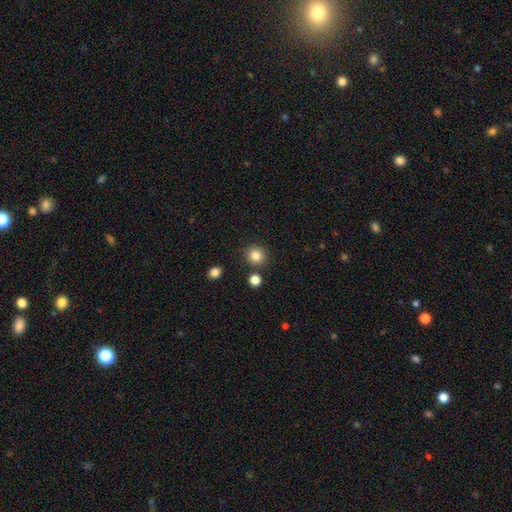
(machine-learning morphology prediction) Smooth or featured? smooth (84%)
How rounded? round (92%)
Merging? none (87%)